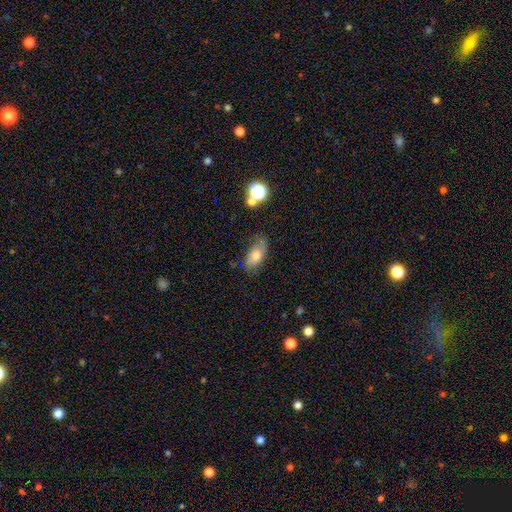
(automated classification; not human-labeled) This is likely a smooth galaxy (67%). How rounded: clearly in between (85%). Merging: possibly none (55%).